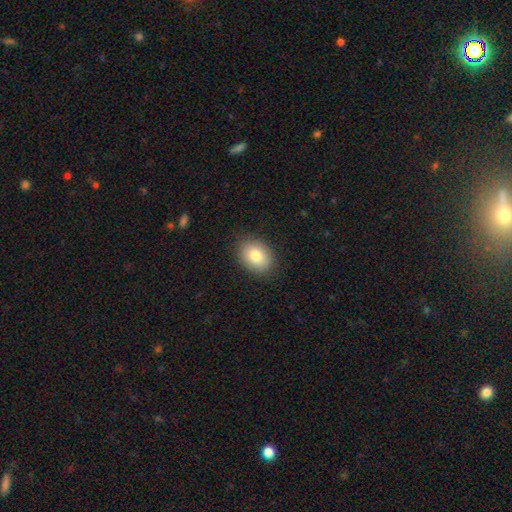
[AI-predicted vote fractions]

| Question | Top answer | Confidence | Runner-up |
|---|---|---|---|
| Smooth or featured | smooth | 82% | featured or disk (10%) |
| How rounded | in between | 68% | round (31%) |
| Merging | none | 87% | minor disturbance (10%) |